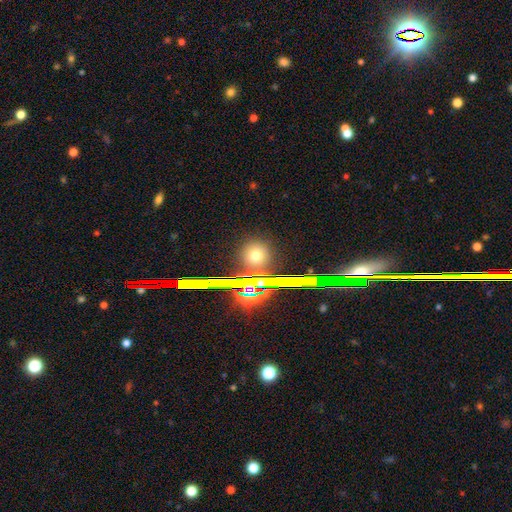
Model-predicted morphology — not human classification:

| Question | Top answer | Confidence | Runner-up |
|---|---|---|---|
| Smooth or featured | smooth | 67% | star or artifact (24%) |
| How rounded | round | 88% | in between (10%) |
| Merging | none | 86% | minor disturbance (8%) |